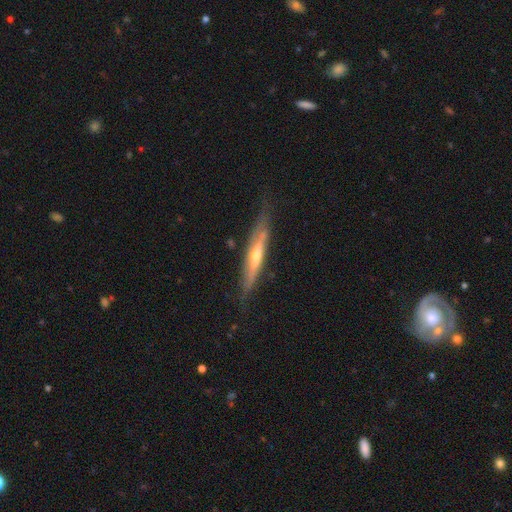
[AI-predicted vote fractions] smooth-or-featured: featured or disk: 68% | smooth: 26% | star or artifact: 6%
  disk-edge-on: yes: 88% | no: 12%
    edge-on-bulge: rounded: 66% | none: 27% | boxy: 7%
  merging: none: 73% | minor disturbance: 20% | major disturbance: 5% | merger: 2%